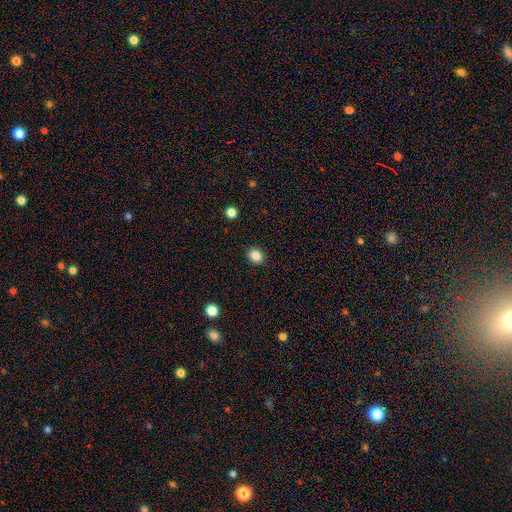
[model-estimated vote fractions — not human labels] Smooth or featured?
  - smooth: 85% *
  - star or artifact: 11%
  - featured or disk: 4%
How rounded?
  - round: 71% *
  - in between: 28%
  - cigar-shaped: 1%
Merging?
  - none: 91% *
  - minor disturbance: 6%
  - major disturbance: 2%
  - merger: 1%